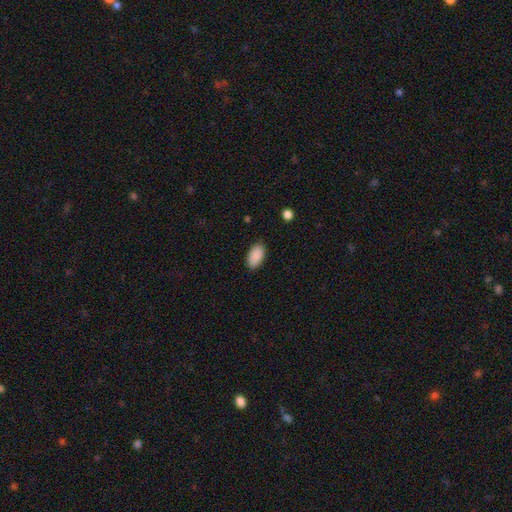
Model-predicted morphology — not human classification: smooth 90%, star or artifact 7%, featured or disk 3%. Down the decision tree: how rounded — in between (95%); merging — none (86%).